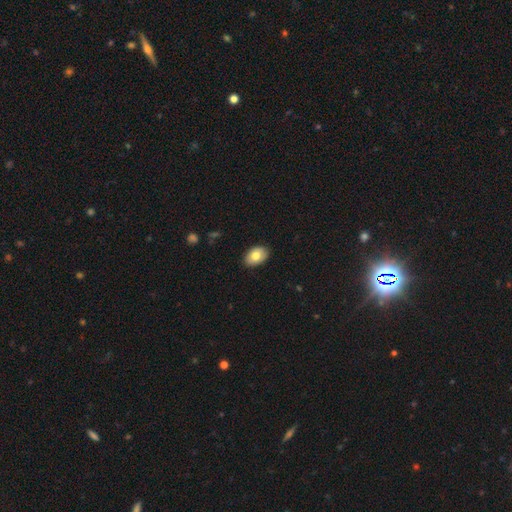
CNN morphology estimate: This is likely a smooth galaxy (78%). How rounded: clearly in between (87%). Merging: clearly none (88%).